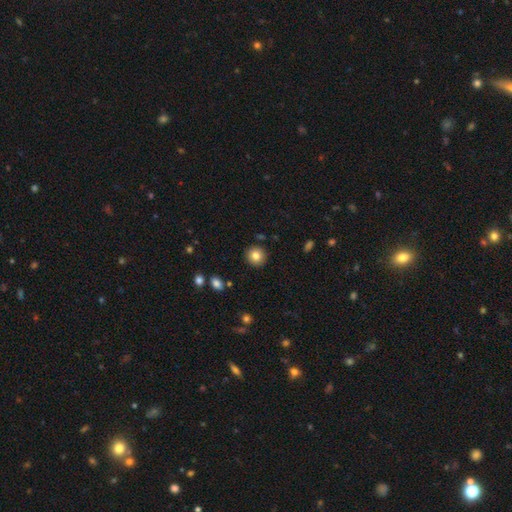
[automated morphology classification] A smooth galaxy with no disk features (82%) that is round (93%).

Vote fractions:
- Smooth or featured? smooth: 82% / star or artifact: 10% / featured or disk: 8%
- How rounded? round: 93% / in between: 6% / cigar-shaped: 1%
- Merging? none: 91% / minor disturbance: 6% / major disturbance: 2% / merger: 2%